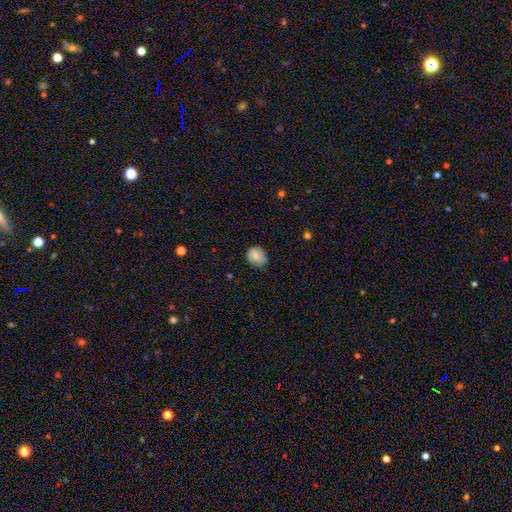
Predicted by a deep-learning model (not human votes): Smooth or featured? Predicted: smooth (p=0.83). How rounded? Predicted: round (p=0.62). Merging? Predicted: none (p=0.69).